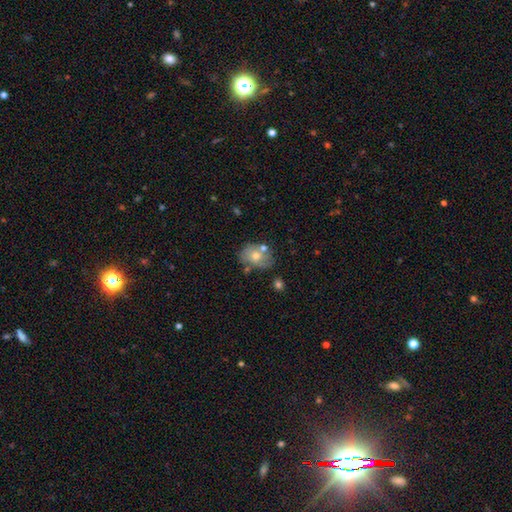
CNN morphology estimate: Smooth or featured: smooth — 57% (featured or disk — 33%)
How rounded: in between — 56% (round — 43%)
Merging: none — 57% (minor disturbance — 21%)